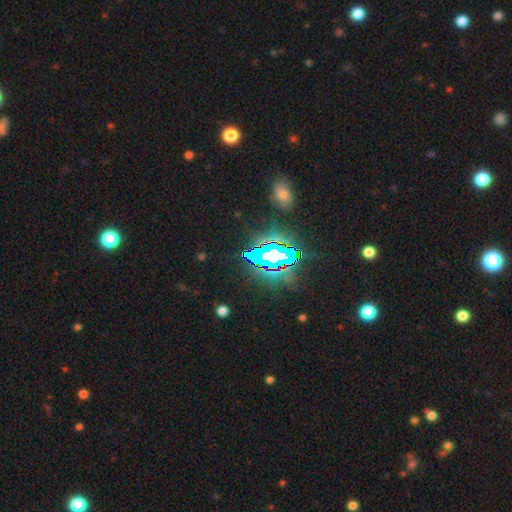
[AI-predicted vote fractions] star or artifact 75%, featured or disk 13%, smooth 12%.